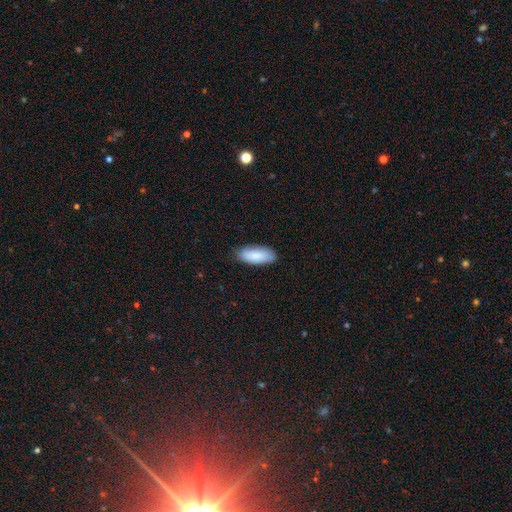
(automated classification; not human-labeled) smooth-or-featured: smooth: 84% | featured or disk: 10% | star or artifact: 6%
  how-rounded: in between: 83% | cigar-shaped: 16% | round: 2%
  merging: none: 79% | minor disturbance: 18% | major disturbance: 3% | merger: 1%